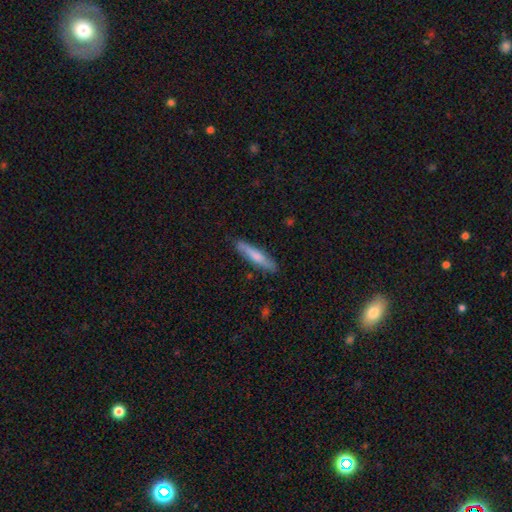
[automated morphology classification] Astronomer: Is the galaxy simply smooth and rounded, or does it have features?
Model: smooth — 66%.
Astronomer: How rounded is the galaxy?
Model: cigar-shaped — 90%.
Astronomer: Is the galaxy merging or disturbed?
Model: none — 86%.